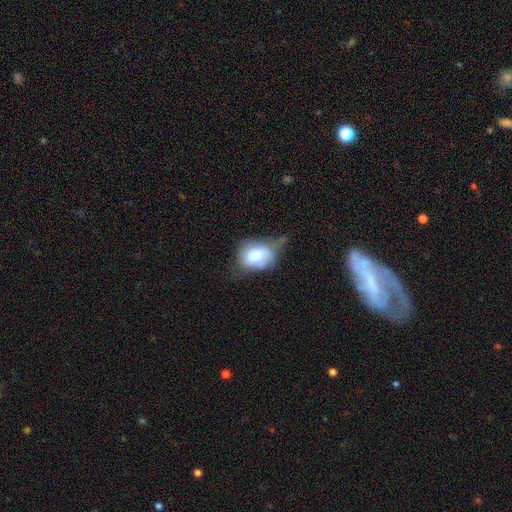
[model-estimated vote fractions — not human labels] This is likely a smooth galaxy (70%). How rounded: likely in between (71%). Merging: marginally minor disturbance (42%).